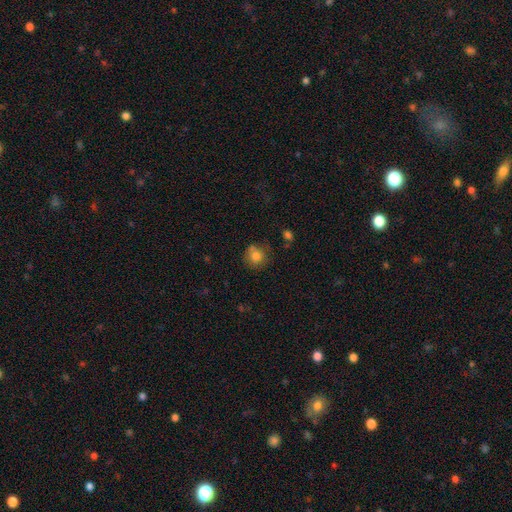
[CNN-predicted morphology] A smooth galaxy with no disk features (79%) that is round (88%). Merging: none (67%).